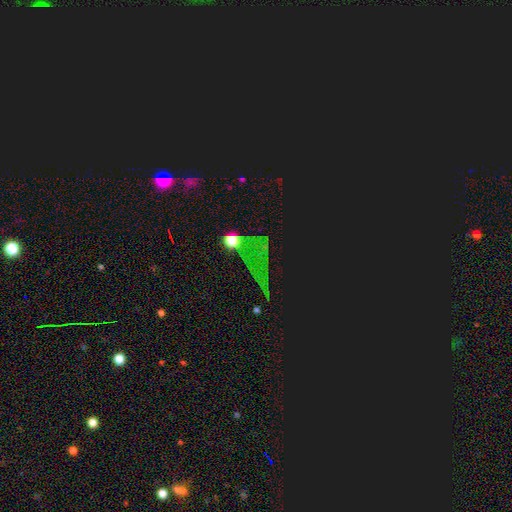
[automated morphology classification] Overall: star or artifact (77%).